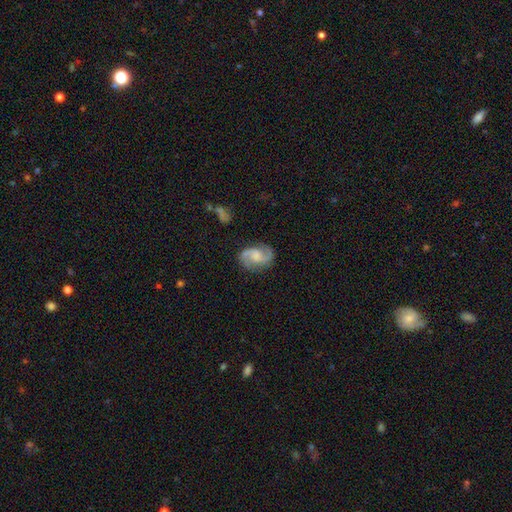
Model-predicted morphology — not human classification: featured or disk 85%, smooth 10%, star or artifact 5%. Down the decision tree: edge-on disk — no (98%); bar — no (52%); spiral arms — yes (97%); spiral arm count — 2 (92%); spiral winding — medium (54%); bulge size — moderate (33%); merging — none (79%).